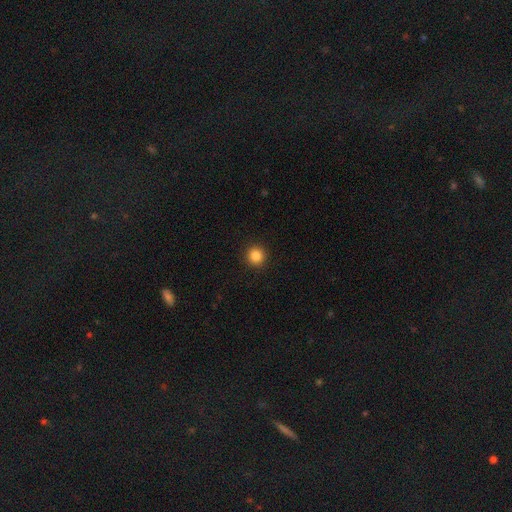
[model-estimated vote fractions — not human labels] Smooth or featured: smooth — 85% (star or artifact — 11%)
How rounded: round — 95% (in between — 4%)
Merging: none — 93% (minor disturbance — 4%)